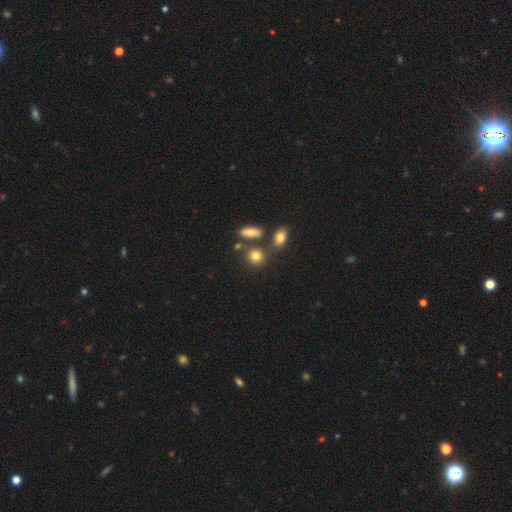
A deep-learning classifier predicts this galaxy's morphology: Q: Smooth or featured?
A: smooth (80%); runner-up: star or artifact (11%)
Q: How rounded?
A: round (69%); runner-up: in between (28%)
Q: Merging?
A: none (63%); runner-up: merger (21%)